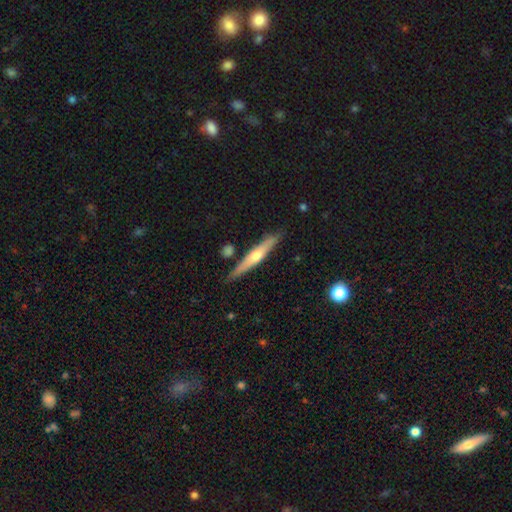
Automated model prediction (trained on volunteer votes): Smooth or featured? featured or disk (57%)
Edge-on disk? yes (95%)
Edge-on bulge? rounded (77%)
Merging? none (85%)